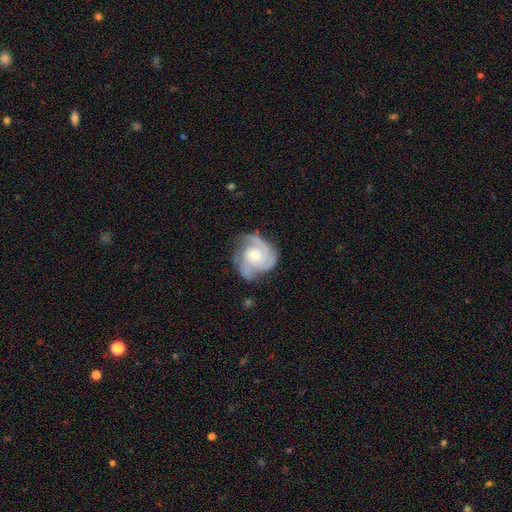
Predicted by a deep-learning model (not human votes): smooth_or_featured: featured or disk (p=0.87) [alt: smooth p=0.08]
disk_edge_on: no (p=0.98) [alt: yes p=0.02]
bar: no (p=0.76) [alt: weak p=0.21]
has_spiral_arms: yes (p=0.98) [alt: no p=0.02]
spiral_winding: tight (p=0.60) [alt: medium p=0.34]
spiral_arm_count: 3 (p=0.55) [alt: 2 p=0.16]
bulge_size: moderate (p=0.53) [alt: small p=0.41]
merging: none (p=0.71) [alt: minor disturbance p=0.20]